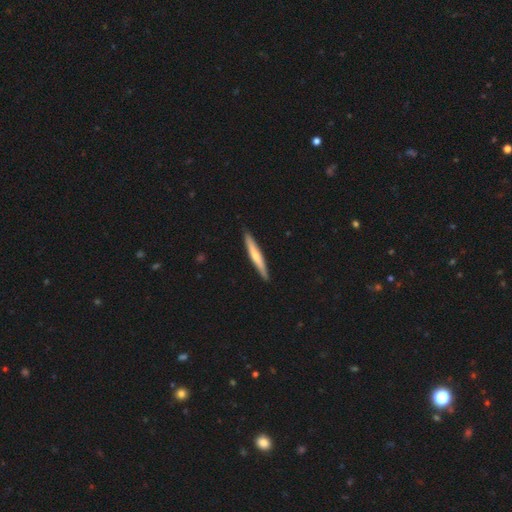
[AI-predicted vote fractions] This is possibly a smooth galaxy (51%). How rounded: clearly cigar-shaped (95%). Merging: clearly none (90%).